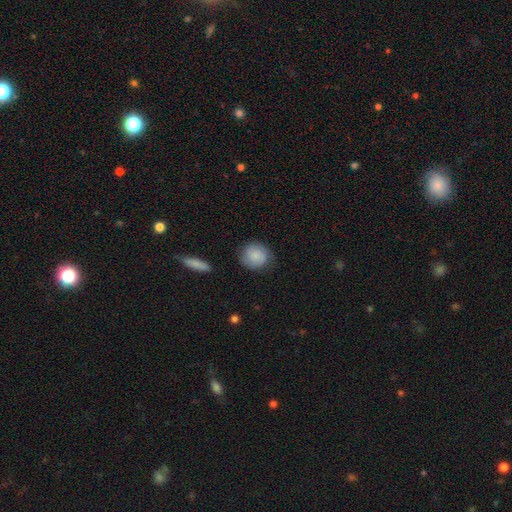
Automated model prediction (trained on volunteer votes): Smooth or featured?
  - smooth: 76% *
  - featured or disk: 17%
  - star or artifact: 7%
How rounded?
  - round: 85% *
  - in between: 14%
  - cigar-shaped: 1%
Merging?
  - none: 81% *
  - minor disturbance: 13%
  - major disturbance: 4%
  - merger: 2%